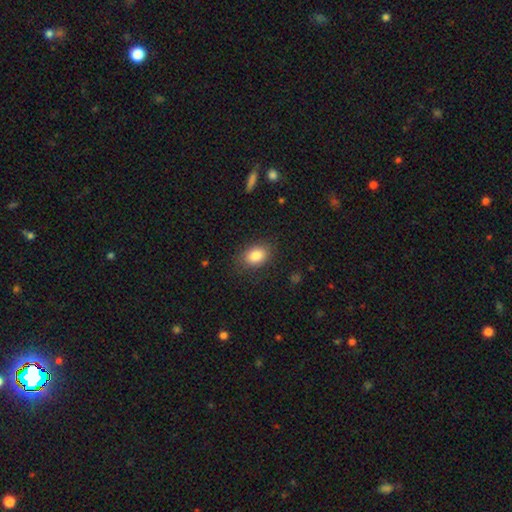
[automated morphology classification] Overall: smooth (85%). How rounded: in between (77%). Merging: none (81%).